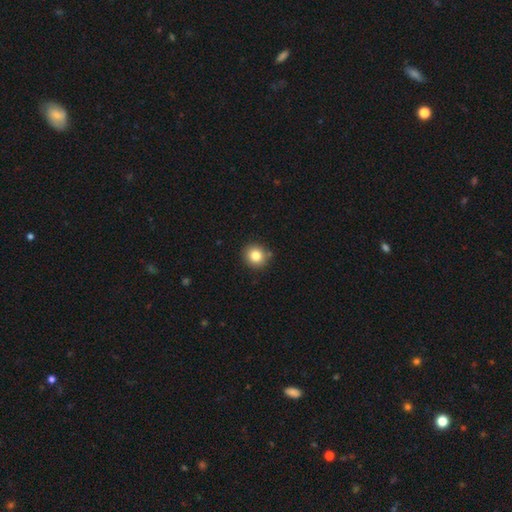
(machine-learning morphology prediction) Q: Smooth or featured?
A: smooth (81%); runner-up: star or artifact (11%)
Q: How rounded?
A: round (90%); runner-up: in between (9%)
Q: Merging?
A: none (87%); runner-up: minor disturbance (8%)